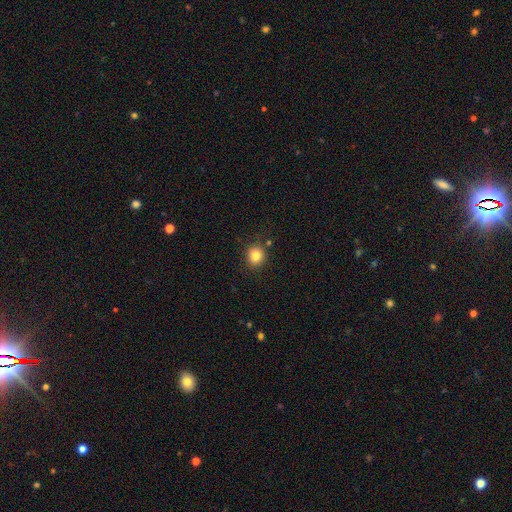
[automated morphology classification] The model was most divided on "how rounded": round: 85%, in between: 14%, cigar-shaped: 1%. More confident: merging — none (84%); smooth or featured — smooth (83%).